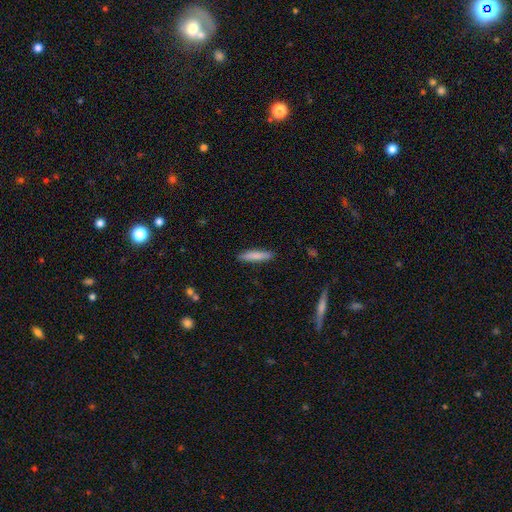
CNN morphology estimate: type=smooth (80%); roundness=cigar-shaped (86%); merging=none (90%).